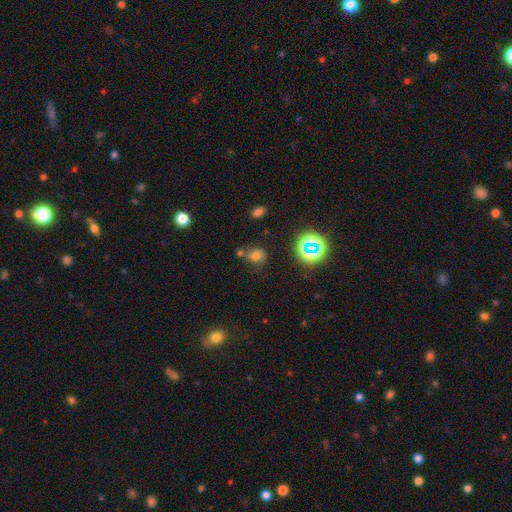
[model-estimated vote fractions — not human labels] Overall: smooth (62%; star or artifact 27%). How rounded: round (68%; in between 30%). Merging: none (64%).